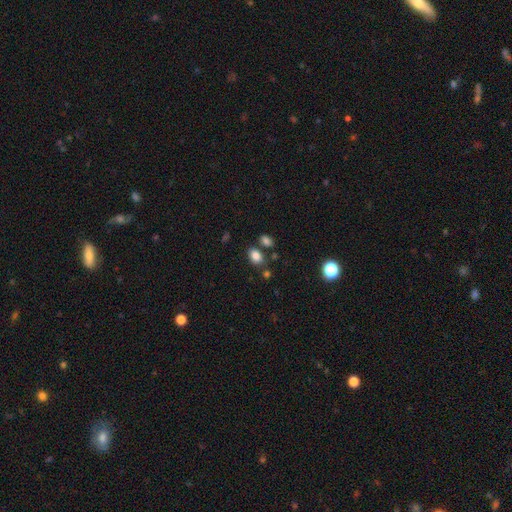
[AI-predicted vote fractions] The model was most divided on "how rounded": in between: 76%, round: 23%, cigar-shaped: 1%. More confident: smooth or featured — smooth (83%); merging — none (74%).